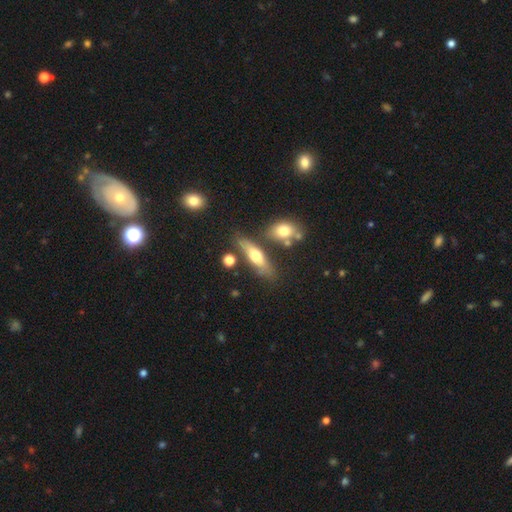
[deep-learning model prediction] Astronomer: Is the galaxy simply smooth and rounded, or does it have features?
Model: smooth — 52% (runner-up: featured or disk, 40%).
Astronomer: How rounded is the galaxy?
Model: cigar-shaped — 59% (runner-up: in between, 38%).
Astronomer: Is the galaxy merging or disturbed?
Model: none — 67%.